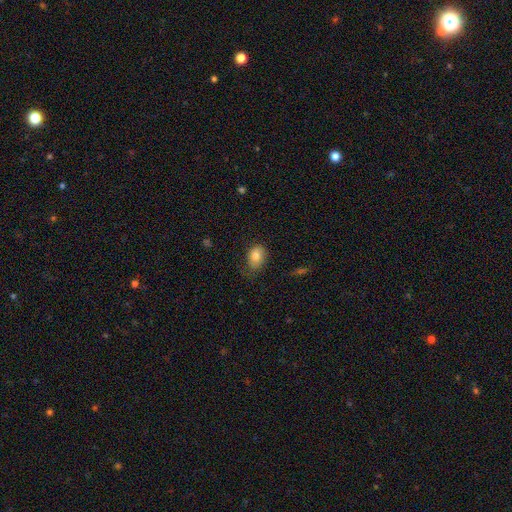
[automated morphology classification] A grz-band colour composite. It shows a smooth galaxy with no disk features (82%) that is in between round and cigar-shaped (75%). Merging: none (59%).